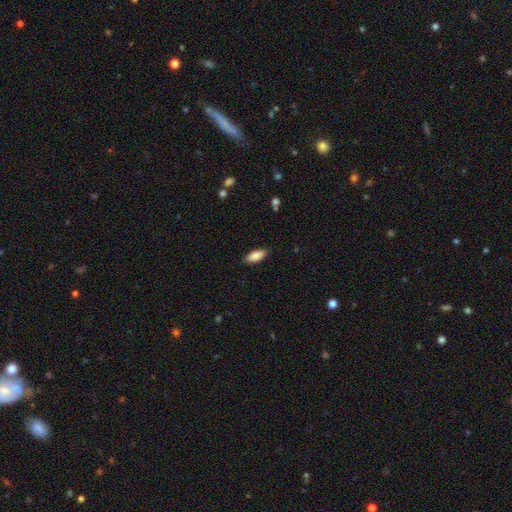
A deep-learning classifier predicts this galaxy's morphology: type=smooth (87%); roundness=in between (82%); merging=none (87%).